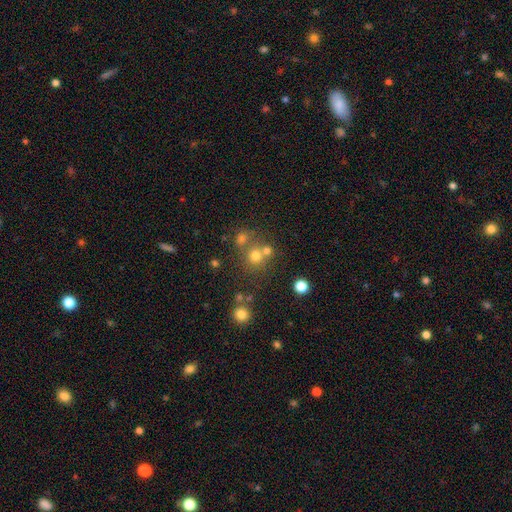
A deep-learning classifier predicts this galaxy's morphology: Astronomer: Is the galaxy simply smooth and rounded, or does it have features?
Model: smooth — 68%.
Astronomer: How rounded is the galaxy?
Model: round — 88%.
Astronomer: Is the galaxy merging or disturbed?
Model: none — 58%.